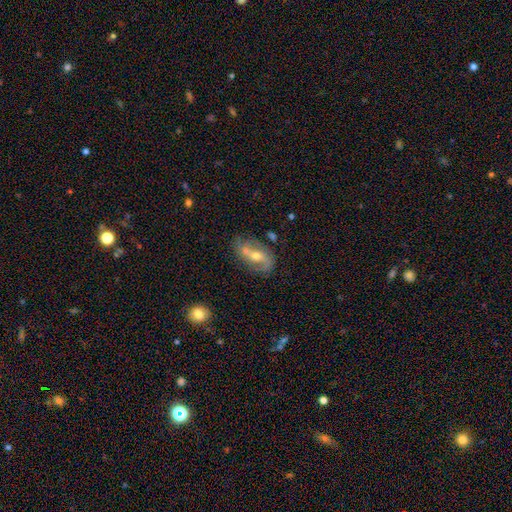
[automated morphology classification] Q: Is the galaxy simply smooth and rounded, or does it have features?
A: featured or disk — 80%.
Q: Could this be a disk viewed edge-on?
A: no — 93%.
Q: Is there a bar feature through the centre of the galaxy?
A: weak — 36%.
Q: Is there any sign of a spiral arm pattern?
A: yes — 91%.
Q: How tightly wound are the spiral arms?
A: loose — 57%.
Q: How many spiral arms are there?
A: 2 — 89%.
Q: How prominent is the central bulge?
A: moderate — 59%.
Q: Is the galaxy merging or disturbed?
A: none — 74%.